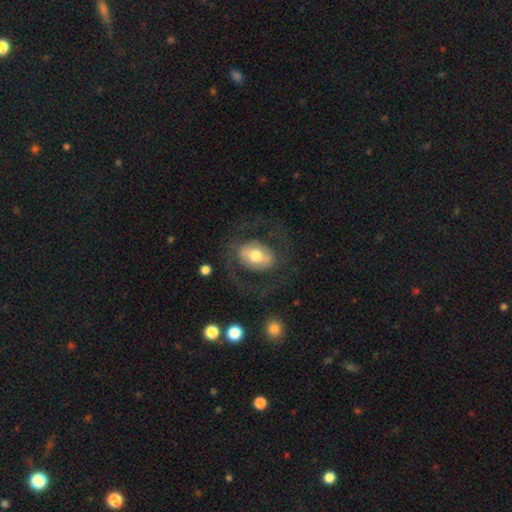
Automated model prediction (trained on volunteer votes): The model was most divided on "spiral arms": no: 51%, yes: 49%. Remaining: edge-on disk — no (94%); merging — none (68%); bulge size — moderate (65%); smooth or featured — featured or disk (53%); bar — no (36%).